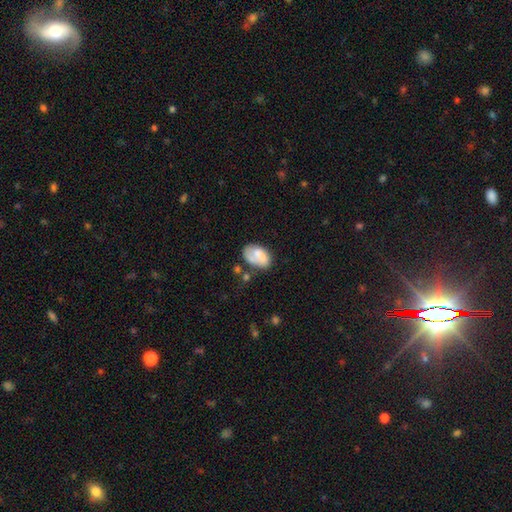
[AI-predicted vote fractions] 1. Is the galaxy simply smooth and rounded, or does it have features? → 60% smooth, 32% featured or disk, 8% star or artifact.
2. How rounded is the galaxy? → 89% in between, 9% round, 1% cigar-shaped.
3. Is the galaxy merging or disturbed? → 50% none, 26% minor disturbance, 14% major disturbance, 11% merger.